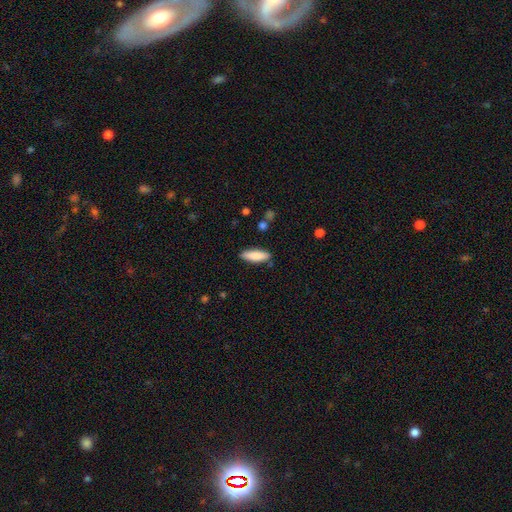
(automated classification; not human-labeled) Smooth or featured?
  - smooth: 86% *
  - featured or disk: 9%
  - star or artifact: 6%
How rounded?
  - in between: 50% *
  - cigar-shaped: 48%
  - round: 2%
Merging?
  - none: 84% *
  - minor disturbance: 11%
  - major disturbance: 2%
  - merger: 2%